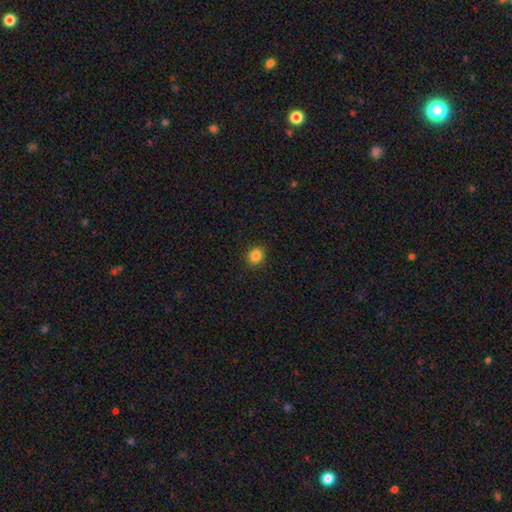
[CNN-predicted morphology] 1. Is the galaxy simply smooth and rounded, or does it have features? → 85% smooth, 11% star or artifact, 4% featured or disk.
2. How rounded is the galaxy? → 79% round, 20% in between, 1% cigar-shaped.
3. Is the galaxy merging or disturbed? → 91% none, 6% minor disturbance, 2% major disturbance, 1% merger.